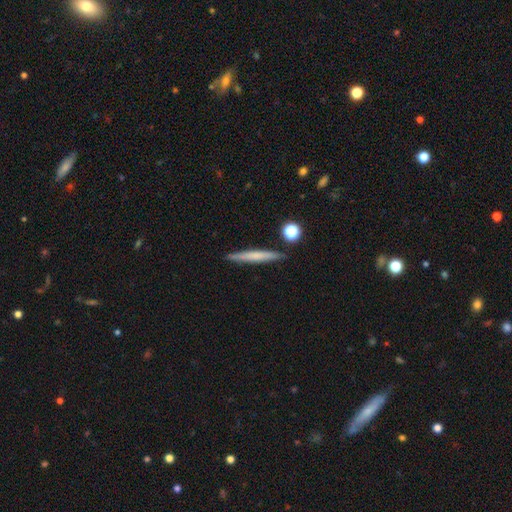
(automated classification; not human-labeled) A smooth galaxy with no disk features (55%) that is cigar-shaped (95%).

Vote fractions:
- Smooth or featured? smooth: 55% / featured or disk: 38% / star or artifact: 7%
- How rounded? cigar-shaped: 95% / in between: 3% / round: 2%
- Merging? none: 88% / minor disturbance: 8% / merger: 3% / major disturbance: 2%